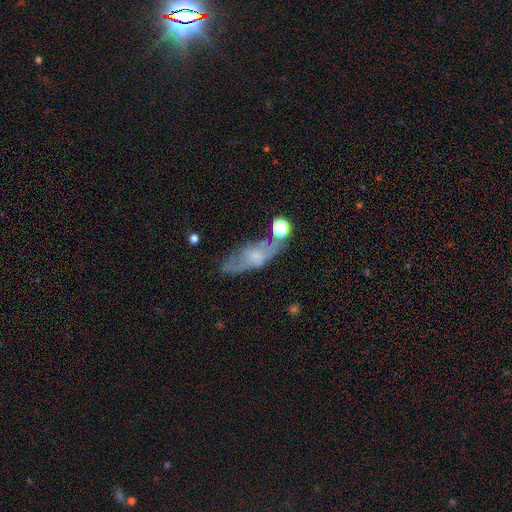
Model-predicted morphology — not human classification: Smooth or featured? featured or disk (52%)
Edge-on disk? no (71%)
Merging? none (49%)